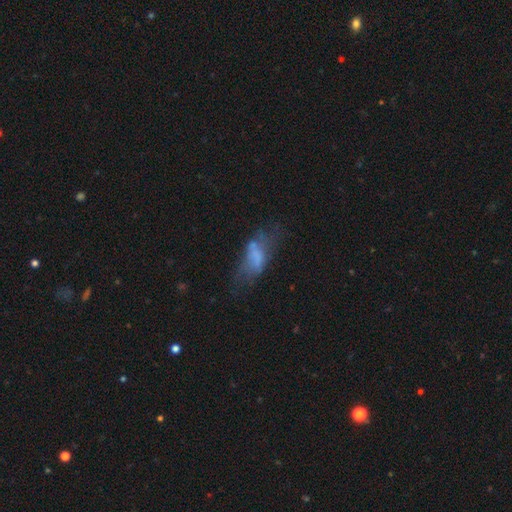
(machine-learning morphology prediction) This is possibly a smooth galaxy (48%). Merging: marginally major disturbance (34%).